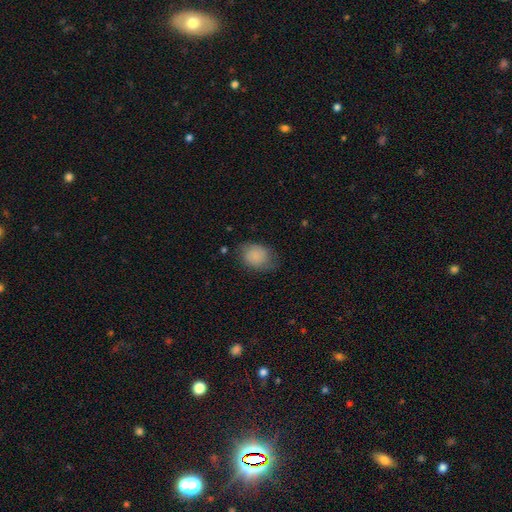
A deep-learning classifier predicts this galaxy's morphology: smooth 83%, featured or disk 10%, star or artifact 7%. Down the decision tree: how rounded — in between (67%); merging — none (67%).